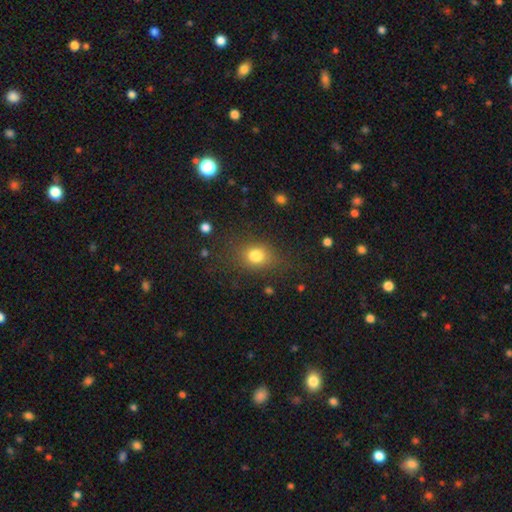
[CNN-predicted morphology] This is clearly a smooth galaxy (80%). How rounded: possibly round (50%). Merging: likely none (74%).